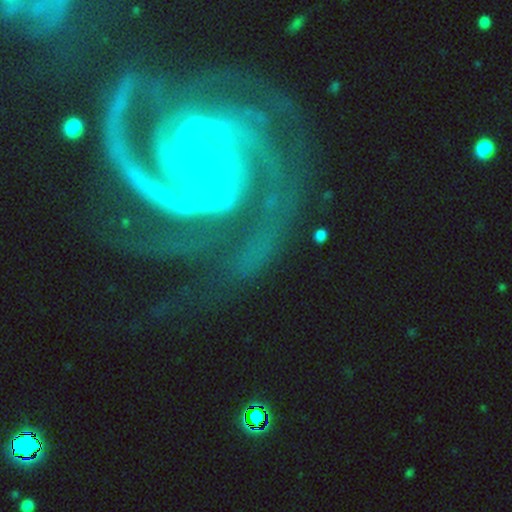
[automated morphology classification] featured or disk 93%, star or artifact 5%, smooth 2%. Down the decision tree: edge-on disk — no (98%); bar — weak (41%); spiral arms — yes (99%); spiral arm count — 2 (45%); spiral winding — tight (51%); bulge size — small (68%); merging — none (59%).